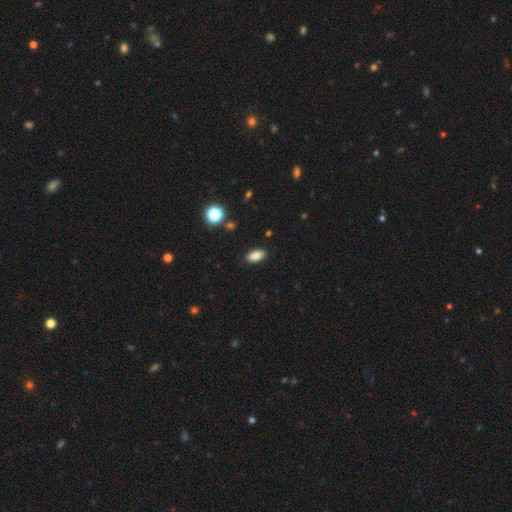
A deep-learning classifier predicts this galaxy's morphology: A smooth galaxy with no disk features (85%) that is in between round and cigar-shaped (91%). Merging: none (89%).